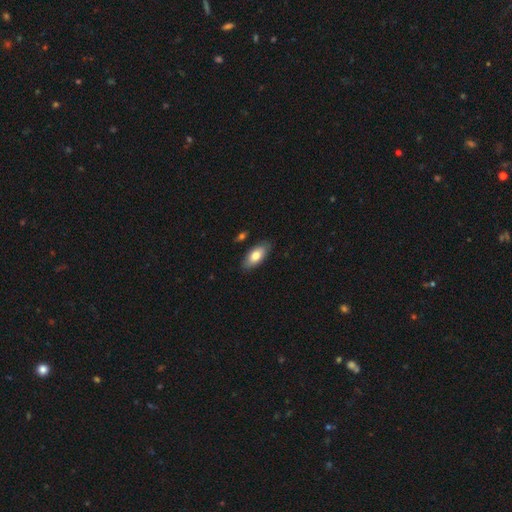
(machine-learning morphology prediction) Smooth or featured? smooth (76%)
How rounded? in between (89%)
Merging? none (85%)